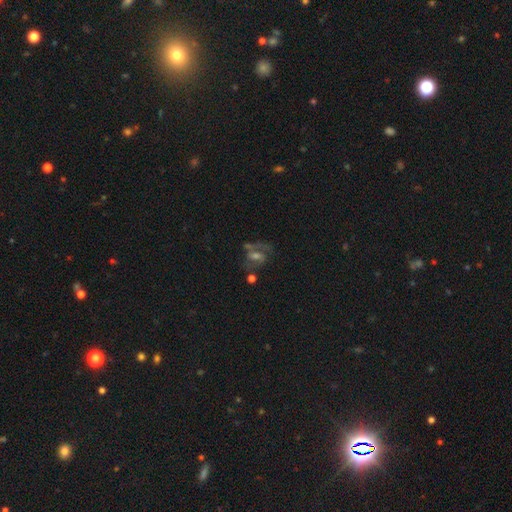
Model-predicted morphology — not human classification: Smooth or featured: featured or disk — 65% (smooth — 18%)
Edge-on disk: no — 96% (yes — 4%)
Bar: weak — 42% (no — 40%)
Spiral arms: yes — 77% (no — 23%)
Bulge size: moderate — 45% (small — 35%)
Merging: none — 51% (major disturbance — 20%)